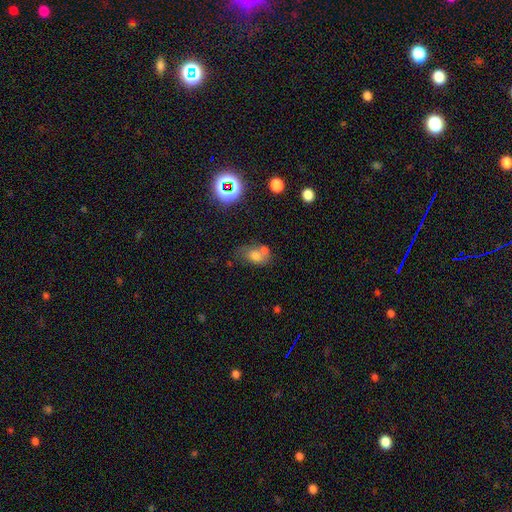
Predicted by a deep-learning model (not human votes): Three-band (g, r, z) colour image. It shows a smooth galaxy with no disk features (67%) that is in between round and cigar-shaped (76%). Merging: merger (39%).